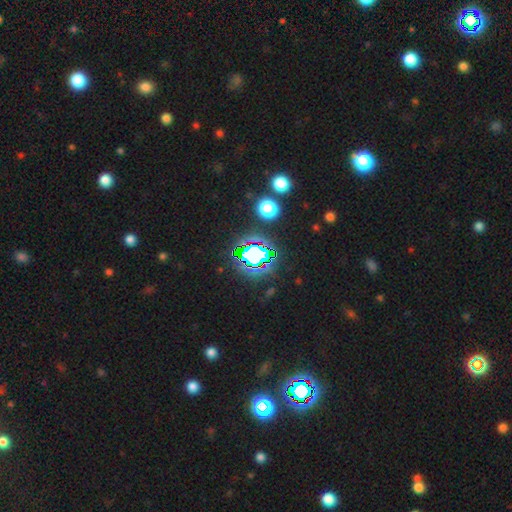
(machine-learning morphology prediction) A star or artifact, not a galaxy (71%).

Vote fractions:
- Smooth or featured? star or artifact: 71% / smooth: 18% / featured or disk: 11%